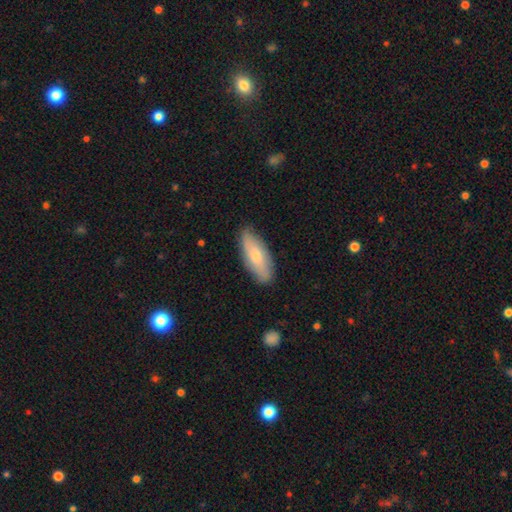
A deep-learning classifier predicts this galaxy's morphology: smooth 65%, featured or disk 29%, star or artifact 6%. Down the decision tree: how rounded — in between (74%); merging — none (81%).